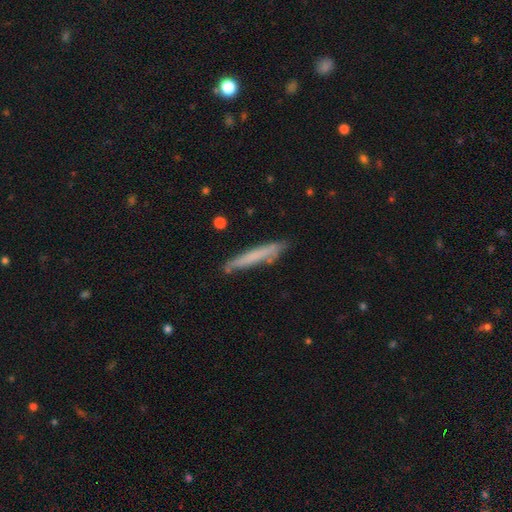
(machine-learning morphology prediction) A smooth galaxy with no disk features (62%) that is cigar-shaped (95%). Merging: none (79%).